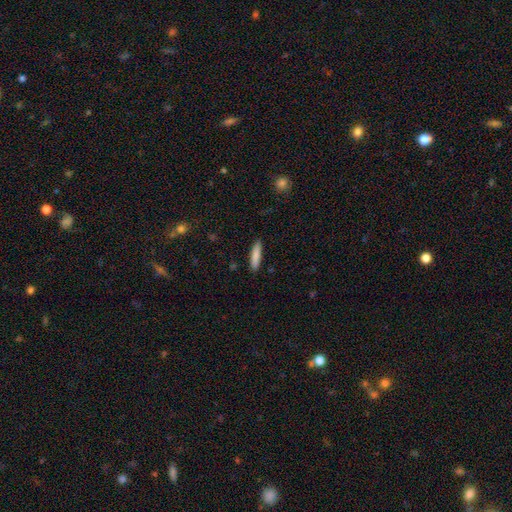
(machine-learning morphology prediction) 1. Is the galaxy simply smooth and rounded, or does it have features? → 84% smooth, 10% featured or disk, 6% star or artifact.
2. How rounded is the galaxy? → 83% cigar-shaped, 16% in between, 1% round.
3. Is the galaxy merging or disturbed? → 88% none, 9% minor disturbance, 2% major disturbance, 1% merger.